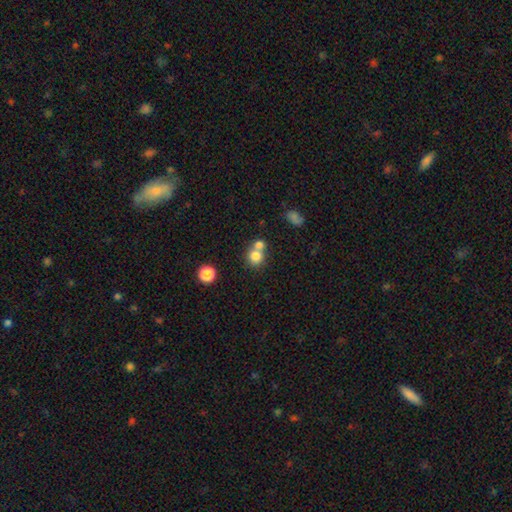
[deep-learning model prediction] Smooth or featured? Predicted: smooth (p=0.77). How rounded? Predicted: round (p=0.84). Merging? Predicted: merger (p=0.46).